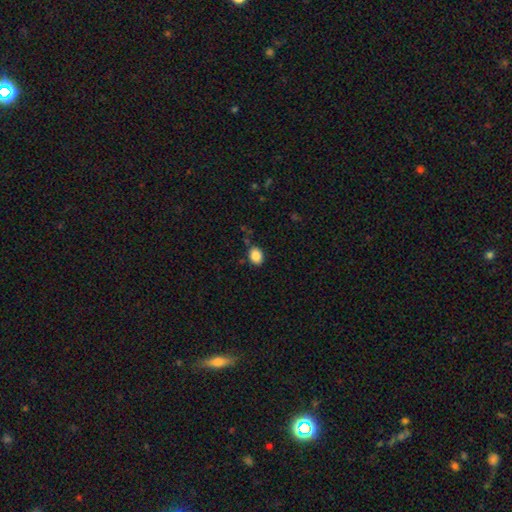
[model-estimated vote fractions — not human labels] This is clearly a smooth galaxy (87%). How rounded: likely in between (65%). Merging: clearly none (82%).